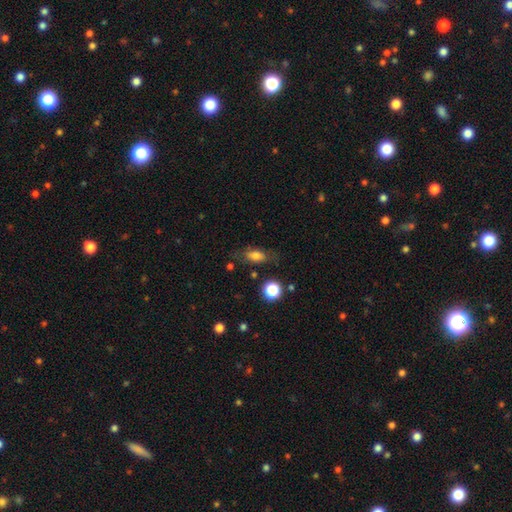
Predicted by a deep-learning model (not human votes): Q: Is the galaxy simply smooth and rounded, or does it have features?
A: smooth — 74%.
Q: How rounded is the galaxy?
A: in between — 78%.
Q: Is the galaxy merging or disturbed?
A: none — 69%.